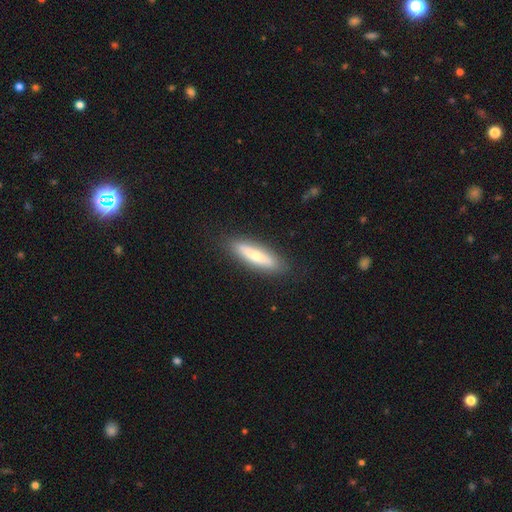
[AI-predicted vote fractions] The model was most divided on "smooth or featured": smooth: 61%, featured or disk: 33%, star or artifact: 6%. More confident: merging — none (86%); how rounded — cigar-shaped (69%).